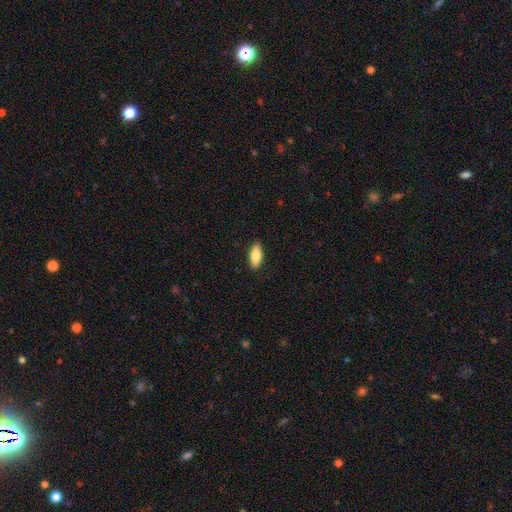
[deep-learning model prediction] The model was most divided on "smooth or featured": smooth: 82%, featured or disk: 11%, star or artifact: 6%. More confident: merging — none (89%); how rounded — in between (85%).